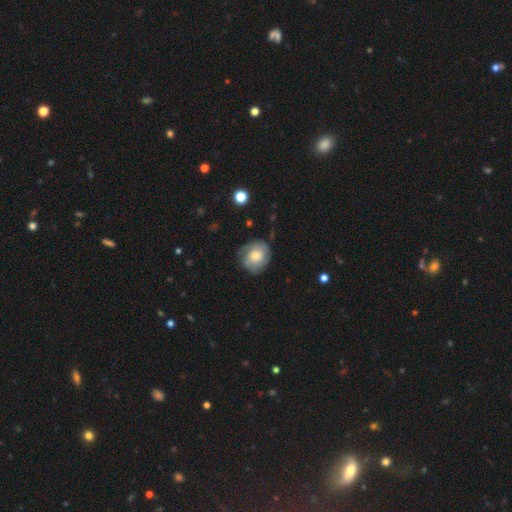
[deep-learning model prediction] This appears to be a featured or disk galaxy (51%). Merging: none (71%).